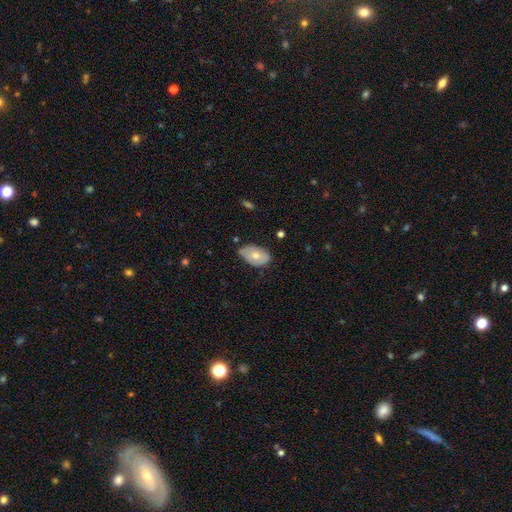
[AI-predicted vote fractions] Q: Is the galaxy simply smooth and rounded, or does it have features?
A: smooth — 57%.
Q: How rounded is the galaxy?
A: in between — 87%.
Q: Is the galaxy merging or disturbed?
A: none — 50%.